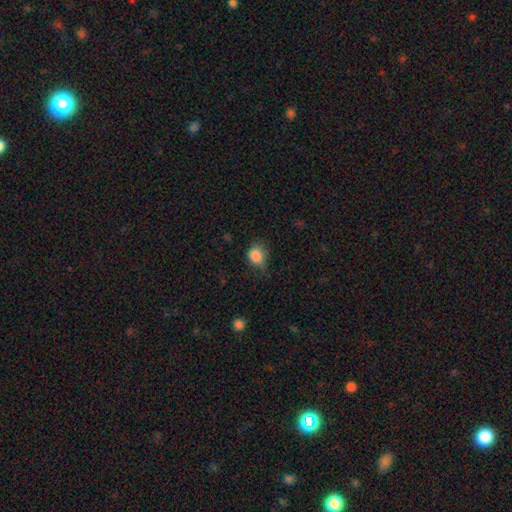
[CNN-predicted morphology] smooth-or-featured: smooth: 84% | star or artifact: 10% | featured or disk: 6%
  how-rounded: round: 64% | in between: 35% | cigar-shaped: 1%
  merging: none: 51% | minor disturbance: 36% | major disturbance: 12% | merger: 2%